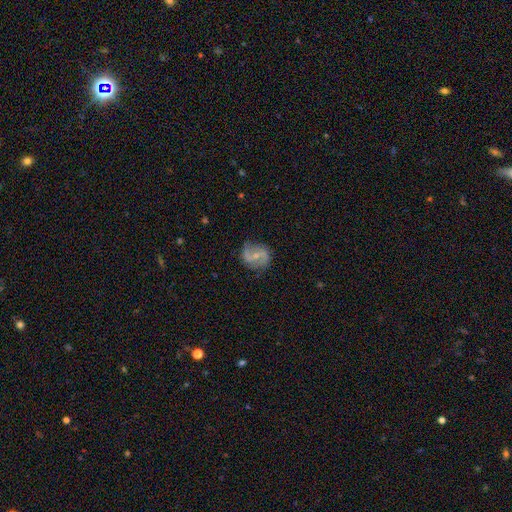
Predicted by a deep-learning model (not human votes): This appears to be a featured or disk galaxy (77%) with a weak bar (46%), 2 (90%) loose (44%) spiral arms (92%) and a small central bulge (63%). Merging: none (76%).